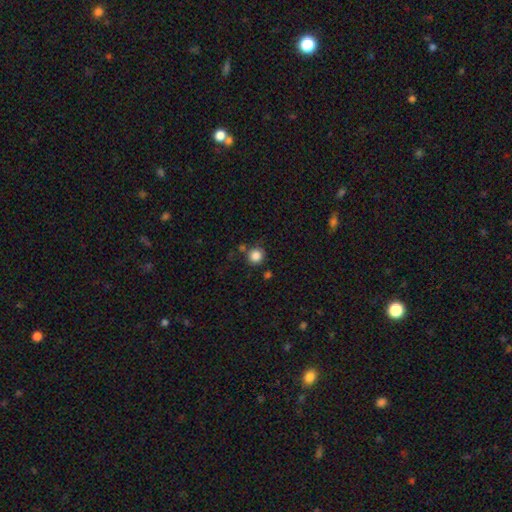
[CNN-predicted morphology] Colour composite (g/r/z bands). It shows a smooth galaxy with no disk features (86%) that is round (93%). Merging: none (77%).